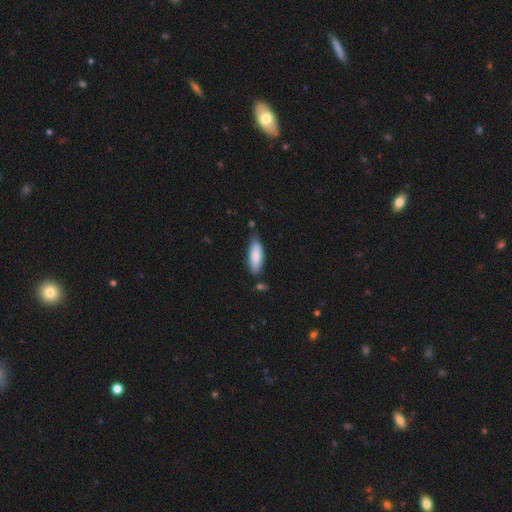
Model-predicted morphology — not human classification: Overall: smooth (85%). How rounded: in between (63%; cigar-shaped 35%). Merging: none (74%).